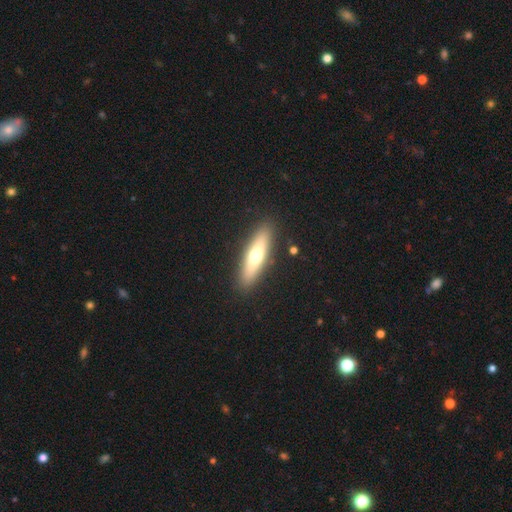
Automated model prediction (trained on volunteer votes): Smooth or featured? Predicted: smooth (p=0.58). How rounded? Predicted: cigar-shaped (p=0.68). Merging? Predicted: none (p=0.90).